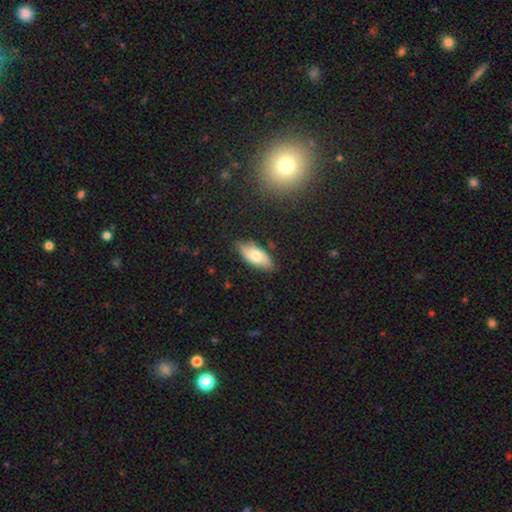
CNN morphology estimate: smooth 66%, featured or disk 27%, star or artifact 7%. Down the decision tree: how rounded — in between (85%); merging — none (79%).